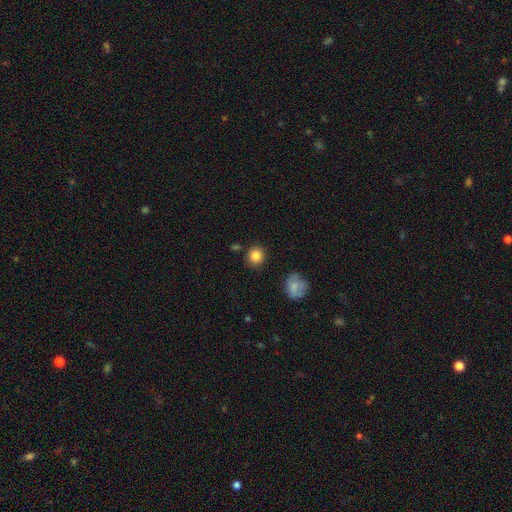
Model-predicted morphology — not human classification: smooth-or-featured: smooth: 85% | star or artifact: 10% | featured or disk: 5%
  how-rounded: round: 87% | in between: 12% | cigar-shaped: 1%
  merging: none: 84% | minor disturbance: 10% | merger: 4% | major disturbance: 3%